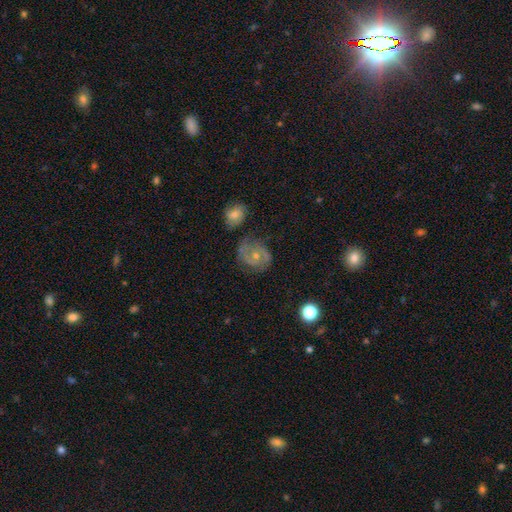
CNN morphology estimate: smooth_or_featured: featured or disk (p=0.77) [alt: smooth p=0.16]
disk_edge_on: no (p=0.98) [alt: yes p=0.02]
bar: no (p=0.65) [alt: weak p=0.30]
has_spiral_arms: yes (p=0.93) [alt: no p=0.07]
spiral_winding: medium (p=0.48) [alt: tight p=0.39]
spiral_arm_count: 2 (p=0.81) [alt: can't tell p=0.08]
bulge_size: moderate (p=0.52) [alt: small p=0.44]
merging: none (p=0.66) [alt: minor disturbance p=0.20]